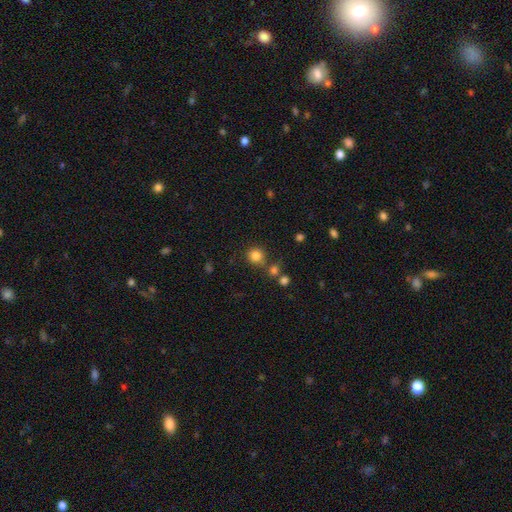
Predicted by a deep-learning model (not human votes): smooth 82%, star or artifact 13%, featured or disk 5%. Down the decision tree: how rounded — round (91%); merging — none (72%).